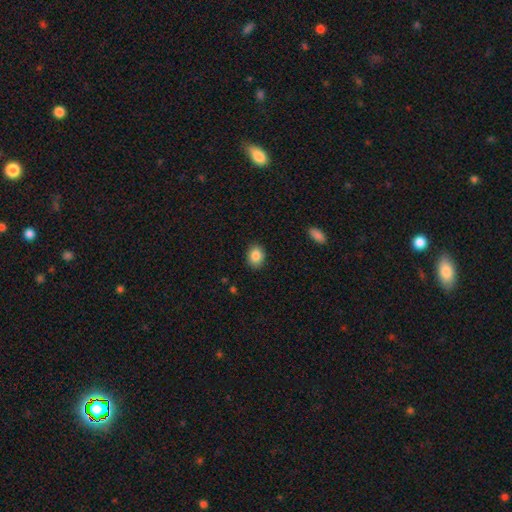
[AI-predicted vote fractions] The model was most divided on "how rounded": in between: 56%, round: 43%, cigar-shaped: 1%. More confident: merging — none (88%); smooth or featured — smooth (86%).